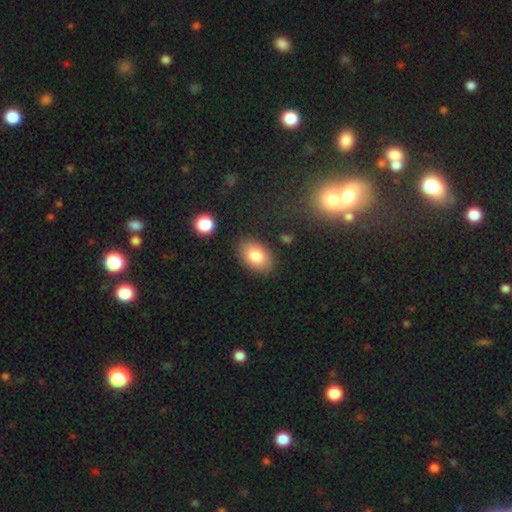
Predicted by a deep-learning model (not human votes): Morphology: type=smooth (81%); roundness=in between (87%); merging=none (85%).